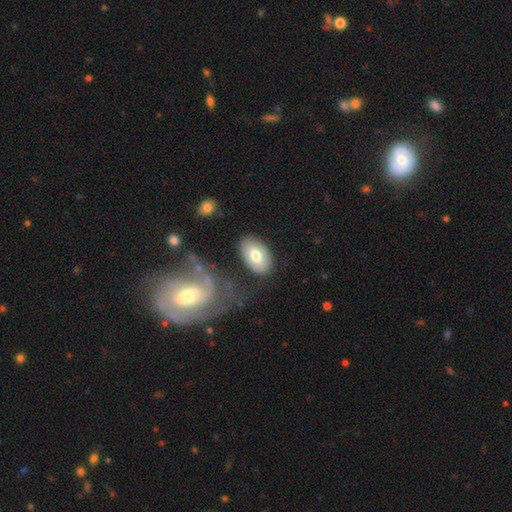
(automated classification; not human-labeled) Smooth or featured: smooth — 68% (featured or disk — 27%)
How rounded: in between — 92% (round — 6%)
Merging: none — 77% (minor disturbance — 14%)